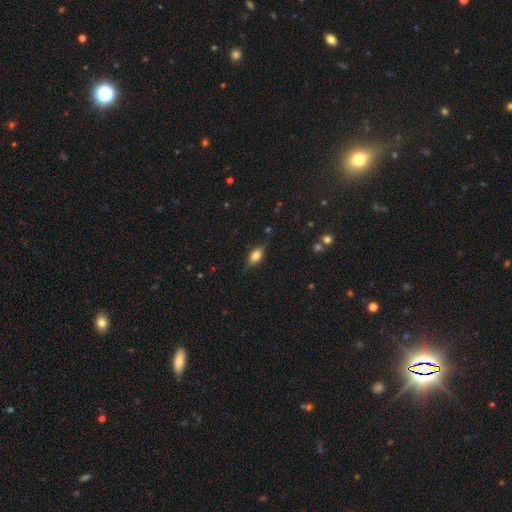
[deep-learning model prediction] Smooth or featured? smooth (72%)
How rounded? in between (83%)
Merging? none (78%)